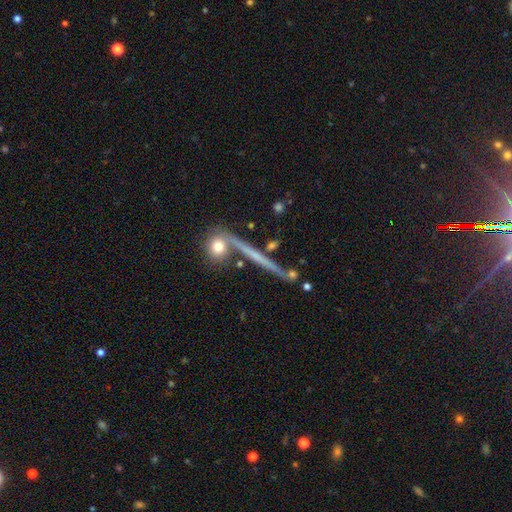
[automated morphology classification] Smooth or featured?
  - featured or disk: 61% *
  - smooth: 30%
  - star or artifact: 10%
Edge-on disk?
  - yes: 93% *
  - no: 7%
Edge-on bulge?
  - none: 77% *
  - rounded: 17%
  - boxy: 6%
Merging?
  - none: 76% *
  - minor disturbance: 11%
  - merger: 9%
  - major disturbance: 4%